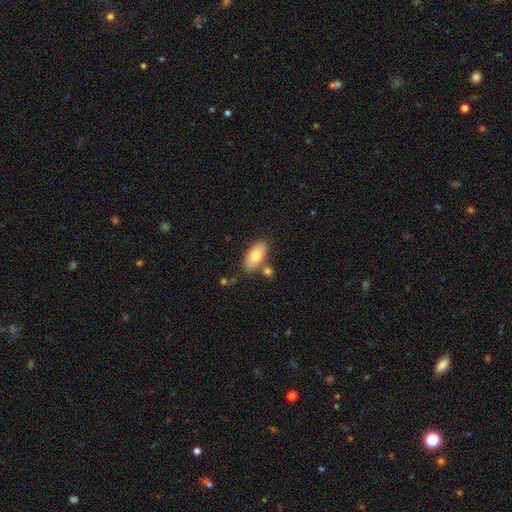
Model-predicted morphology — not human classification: This is likely a smooth galaxy (74%). How rounded: clearly in between (91%). Merging: likely none (74%).